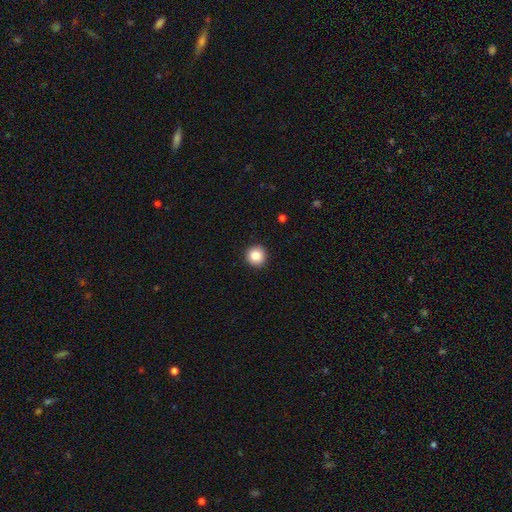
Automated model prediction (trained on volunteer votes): The model was most divided on "smooth or featured": smooth: 87%, star or artifact: 9%, featured or disk: 4%. More confident: how rounded — round (95%); merging — none (92%).